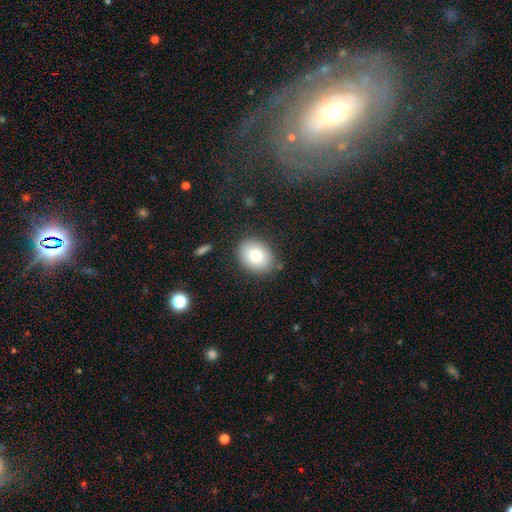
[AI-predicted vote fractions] smooth 77%, featured or disk 14%, star or artifact 9%. Down the decision tree: how rounded — in between (55%); merging — none (84%).